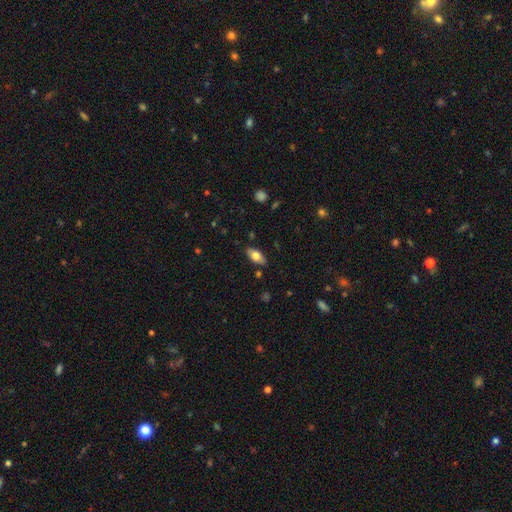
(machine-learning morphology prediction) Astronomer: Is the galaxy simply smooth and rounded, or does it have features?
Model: smooth — 69%.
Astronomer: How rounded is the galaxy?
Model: in between — 88%.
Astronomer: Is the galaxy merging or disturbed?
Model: none — 85%.